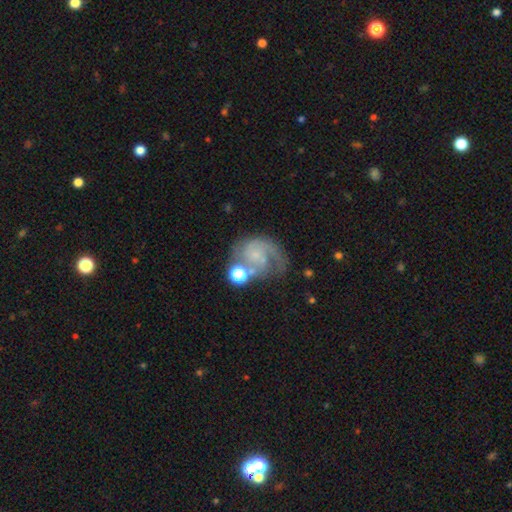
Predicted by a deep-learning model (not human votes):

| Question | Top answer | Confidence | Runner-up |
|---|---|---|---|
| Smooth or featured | featured or disk | 73% | smooth (18%) |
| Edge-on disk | no | 98% | yes (2%) |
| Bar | no | 69% | weak (27%) |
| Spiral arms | yes | 91% | no (9%) |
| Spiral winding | medium | 46% | tight (30%) |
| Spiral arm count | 2 | 50% | 1 (23%) |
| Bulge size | small | 59% | none (27%) |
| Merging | none | 42% | major disturbance (23%) |